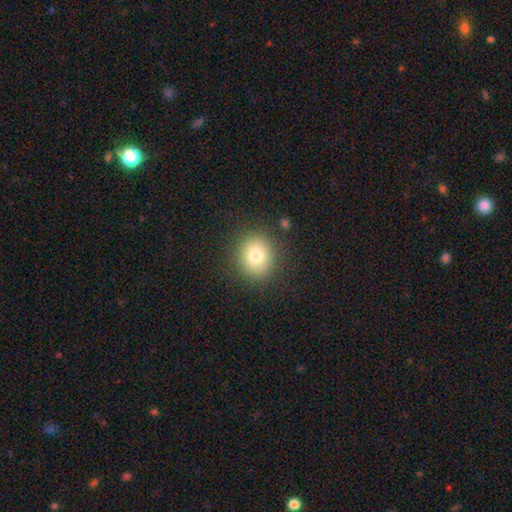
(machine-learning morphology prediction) Smooth or featured?
  - smooth: 79% *
  - star or artifact: 11%
  - featured or disk: 10%
How rounded?
  - round: 85% *
  - in between: 14%
  - cigar-shaped: 1%
Merging?
  - none: 88% *
  - minor disturbance: 8%
  - major disturbance: 3%
  - merger: 1%